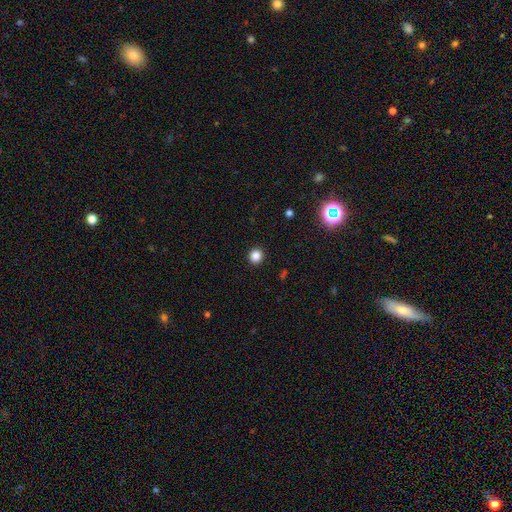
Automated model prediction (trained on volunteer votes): smooth-or-featured: smooth: 85% | star or artifact: 12% | featured or disk: 3%
  how-rounded: round: 91% | in between: 8% | cigar-shaped: 1%
  merging: none: 93% | minor disturbance: 5% | major disturbance: 2% | merger: 1%